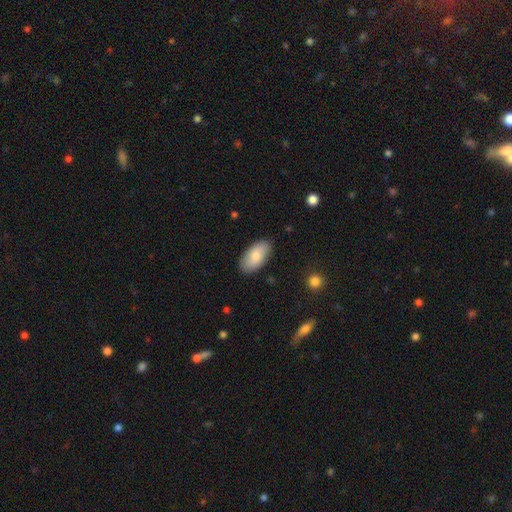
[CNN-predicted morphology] Smooth or featured? smooth (79%)
How rounded? in between (95%)
Merging? none (86%)